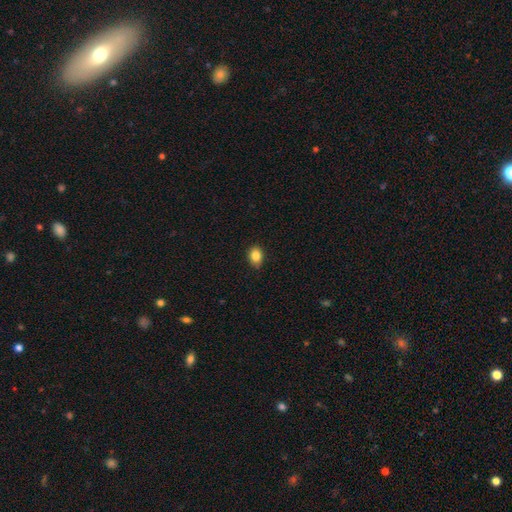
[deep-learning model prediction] Overall: smooth (85%). How rounded: in between (64%; round 35%). Merging: none (86%).